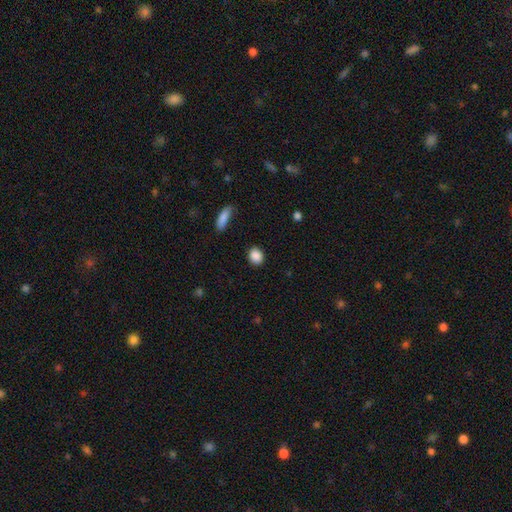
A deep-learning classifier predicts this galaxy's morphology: Q: Smooth or featured?
A: smooth (88%); runner-up: star or artifact (8%)
Q: How rounded?
A: round (61%); runner-up: in between (37%)
Q: Merging?
A: none (87%); runner-up: minor disturbance (9%)